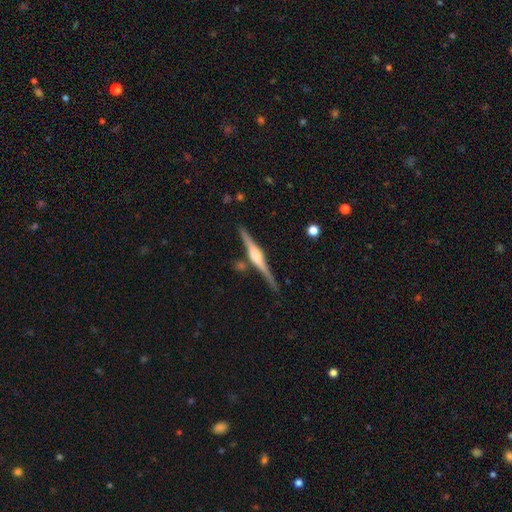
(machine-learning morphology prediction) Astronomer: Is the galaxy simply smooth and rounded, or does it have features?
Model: featured or disk — 83%.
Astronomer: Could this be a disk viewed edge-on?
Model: yes — 98%.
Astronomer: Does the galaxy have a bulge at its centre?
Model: rounded — 80%.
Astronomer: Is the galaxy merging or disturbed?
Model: none — 84%.